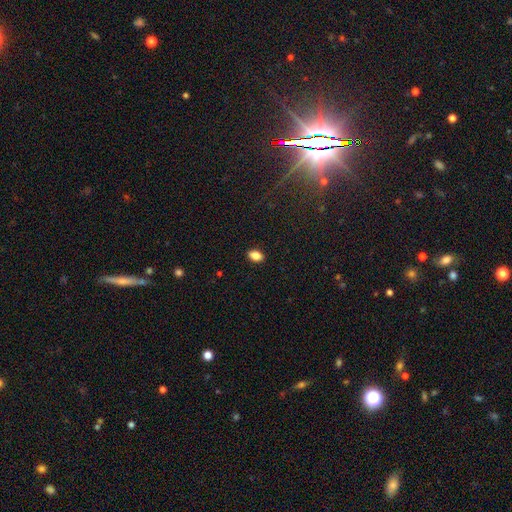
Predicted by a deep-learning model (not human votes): Q: Smooth or featured?
A: smooth (85%); runner-up: star or artifact (9%)
Q: How rounded?
A: in between (88%); runner-up: round (10%)
Q: Merging?
A: none (89%); runner-up: minor disturbance (8%)